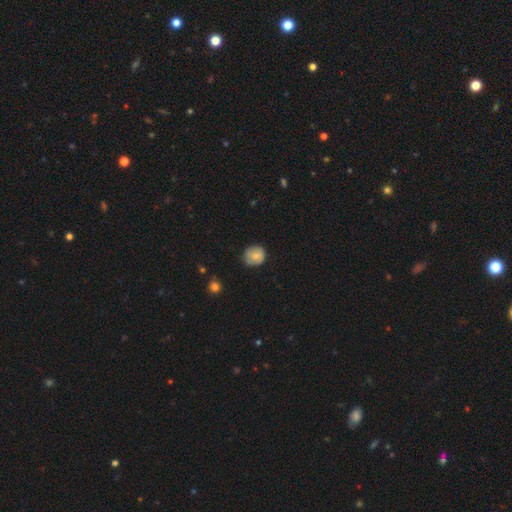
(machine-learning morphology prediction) Smooth or featured?
  - smooth: 79% *
  - featured or disk: 13%
  - star or artifact: 8%
How rounded?
  - round: 82% *
  - in between: 17%
  - cigar-shaped: 1%
Merging?
  - none: 70% *
  - minor disturbance: 24%
  - major disturbance: 4%
  - merger: 1%